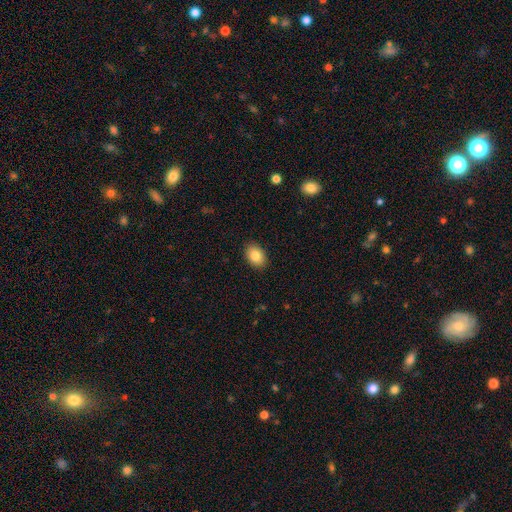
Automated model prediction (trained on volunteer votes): smooth-or-featured: smooth: 85% | star or artifact: 8% | featured or disk: 7%
  how-rounded: in between: 81% | round: 18% | cigar-shaped: 1%
  merging: none: 90% | minor disturbance: 8% | major disturbance: 2% | merger: 1%